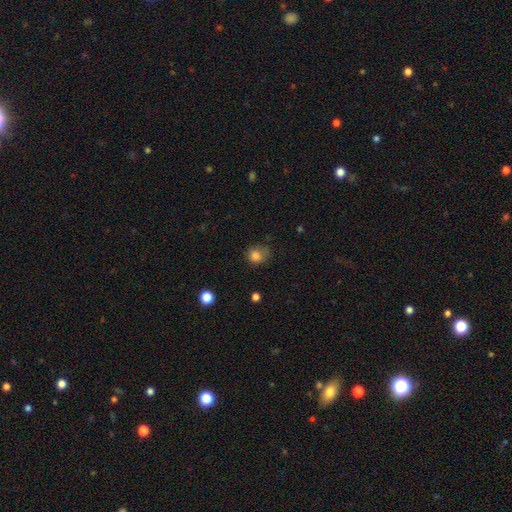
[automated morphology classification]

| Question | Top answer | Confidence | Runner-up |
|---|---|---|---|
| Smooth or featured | smooth | 82% | star or artifact (12%) |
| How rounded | round | 73% | in between (26%) |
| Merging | none | 54% | minor disturbance (31%) |